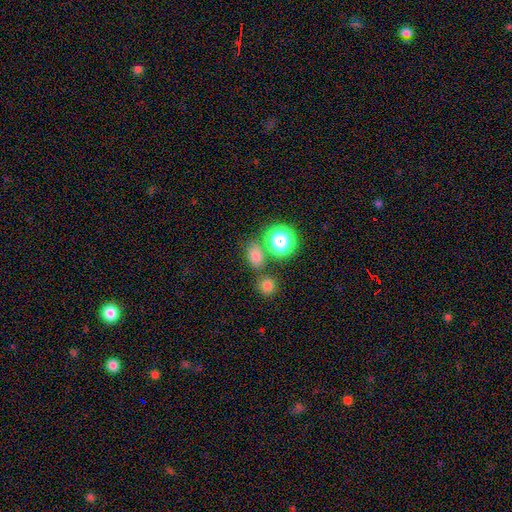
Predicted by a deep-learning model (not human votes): A smooth galaxy with no disk features (72%) that is in between round and cigar-shaped (52%). Merging: none (73%).